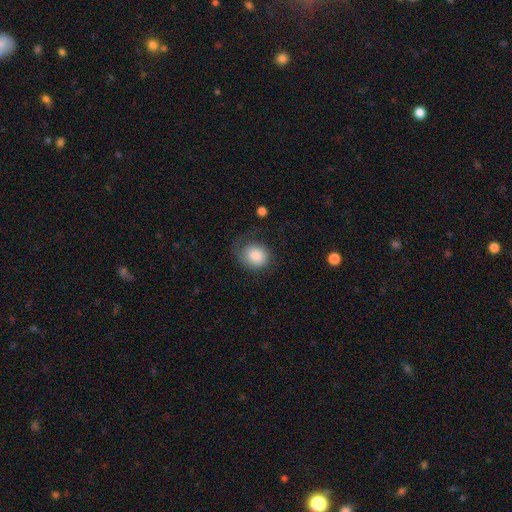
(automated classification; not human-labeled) This is likely a smooth galaxy (78%). How rounded: possibly round (58%). Merging: possibly none (51%).